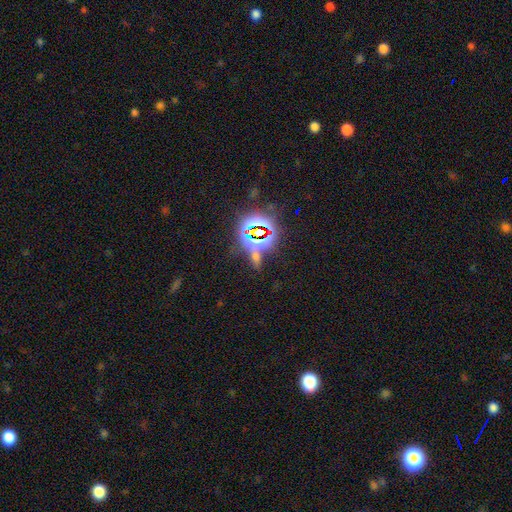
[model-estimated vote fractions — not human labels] A star or artifact, not a galaxy (62%).